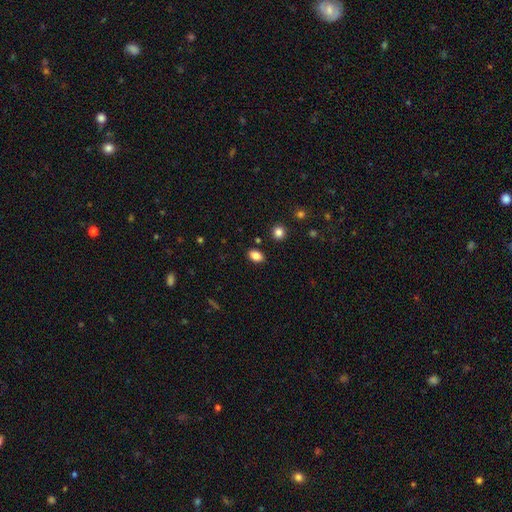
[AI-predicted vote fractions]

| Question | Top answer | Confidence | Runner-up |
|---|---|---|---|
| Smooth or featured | smooth | 85% | star or artifact (10%) |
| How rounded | in between | 82% | round (16%) |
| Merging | none | 86% | minor disturbance (9%) |